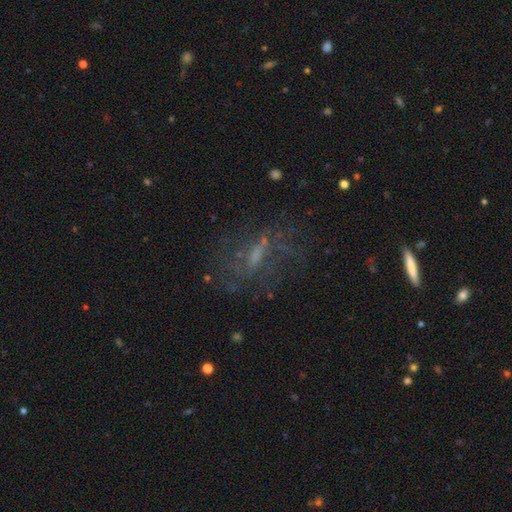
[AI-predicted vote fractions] Morphology: type=featured or disk (56%); edge-on=no (87%); merging=none (56%).